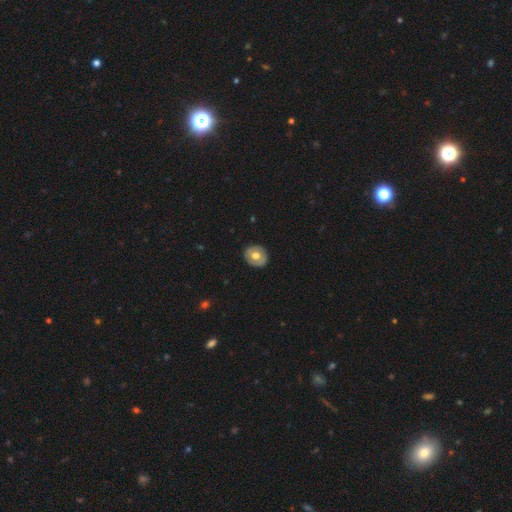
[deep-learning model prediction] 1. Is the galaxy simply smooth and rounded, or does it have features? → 56% smooth, 37% featured or disk, 6% star or artifact.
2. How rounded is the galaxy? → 73% round, 26% in between, 1% cigar-shaped.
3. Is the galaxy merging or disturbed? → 87% none, 10% minor disturbance, 2% major disturbance, 1% merger.